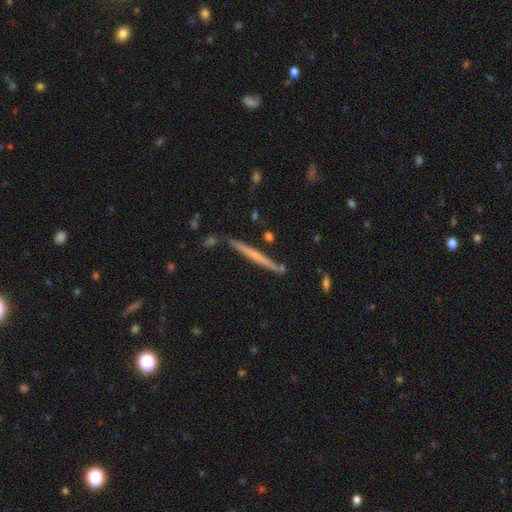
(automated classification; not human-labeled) A featured or disk galaxy (55%) viewed edge-on (98%) with no central bulge (77%).

Vote fractions:
- Smooth or featured? featured or disk: 55% / smooth: 39% / star or artifact: 6%
- Edge-on disk? yes: 98% / no: 2%
- Edge-on bulge? none: 77% / rounded: 17% / boxy: 6%
- Merging? none: 87% / minor disturbance: 9% / merger: 3% / major disturbance: 2%